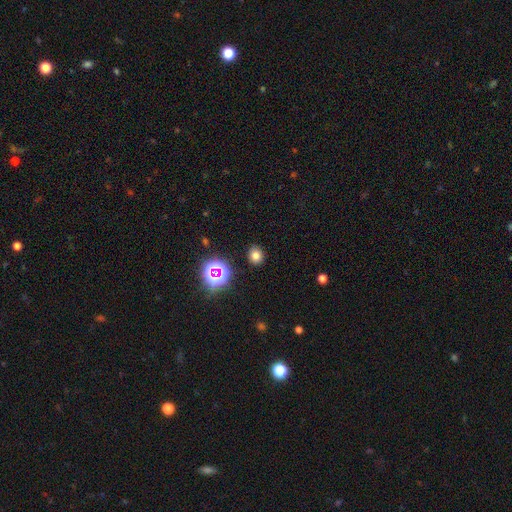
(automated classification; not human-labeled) Q: Smooth or featured?
A: smooth (73%); runner-up: star or artifact (20%)
Q: How rounded?
A: round (67%); runner-up: in between (32%)
Q: Merging?
A: none (89%); runner-up: minor disturbance (7%)